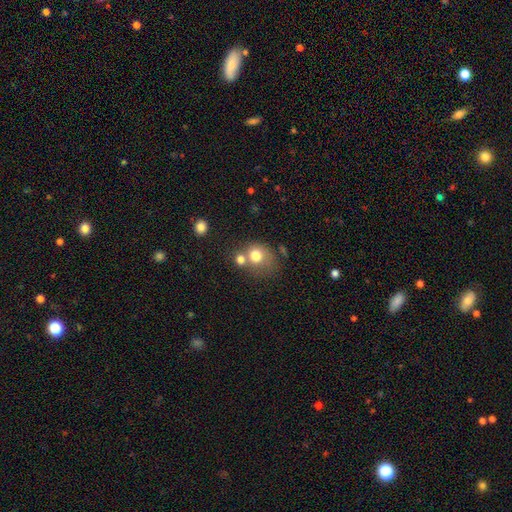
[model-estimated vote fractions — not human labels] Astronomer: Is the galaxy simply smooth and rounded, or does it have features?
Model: smooth — 74%.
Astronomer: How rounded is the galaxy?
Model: round — 72%.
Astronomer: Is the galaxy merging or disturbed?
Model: none — 39%, tied with merger at 39%.